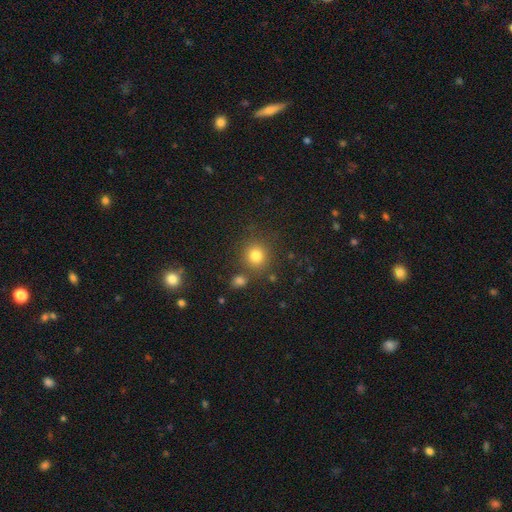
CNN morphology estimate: This is likely a smooth galaxy (80%). How rounded: clearly round (89%). Merging: likely none (78%).